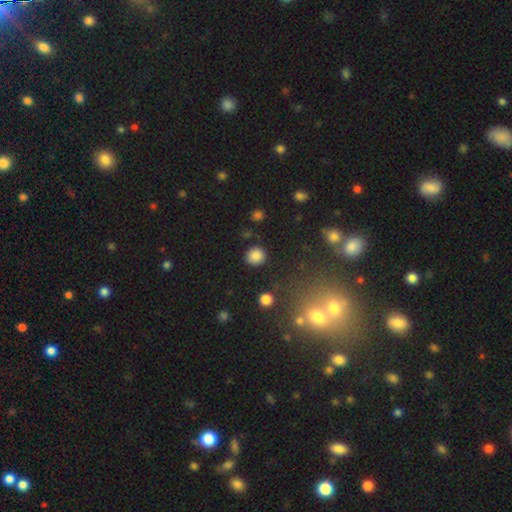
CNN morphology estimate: Smooth or featured?
  - smooth: 84% *
  - star or artifact: 11%
  - featured or disk: 5%
How rounded?
  - round: 90% *
  - in between: 9%
  - cigar-shaped: 1%
Merging?
  - none: 87% *
  - minor disturbance: 8%
  - major disturbance: 3%
  - merger: 2%